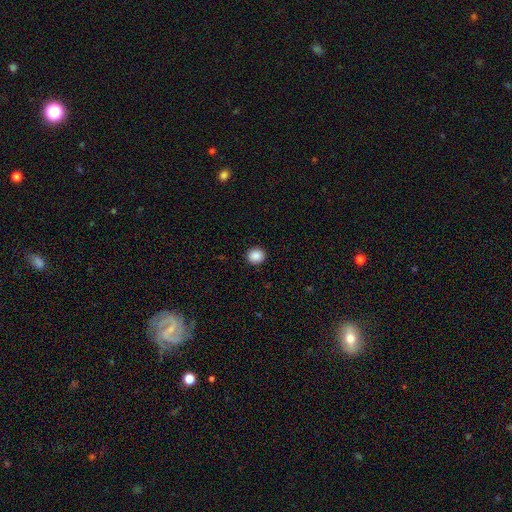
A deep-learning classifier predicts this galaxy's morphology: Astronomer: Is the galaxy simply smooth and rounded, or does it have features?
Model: smooth — 89%.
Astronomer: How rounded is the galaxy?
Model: round — 89%.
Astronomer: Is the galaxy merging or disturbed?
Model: none — 92%.